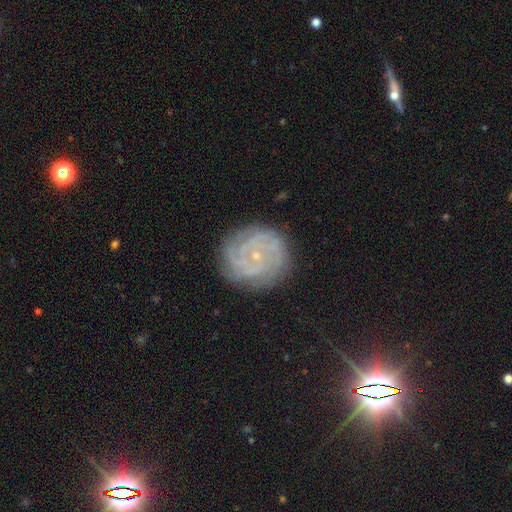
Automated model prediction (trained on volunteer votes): This appears to be a featured or disk galaxy (78%) with no bar (75%), tight (76%) spiral arms (96%) and a small central bulge (87%). Merging: none (83%).